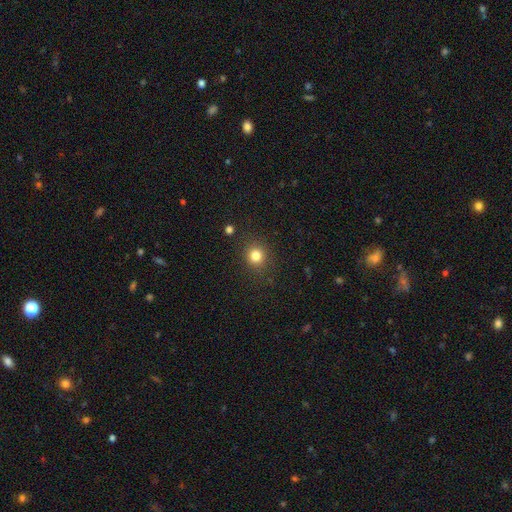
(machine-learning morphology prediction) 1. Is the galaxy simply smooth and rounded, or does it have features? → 81% smooth, 13% star or artifact, 5% featured or disk.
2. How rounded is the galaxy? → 84% round, 15% in between, 1% cigar-shaped.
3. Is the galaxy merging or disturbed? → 87% none, 8% minor disturbance, 3% major disturbance, 2% merger.